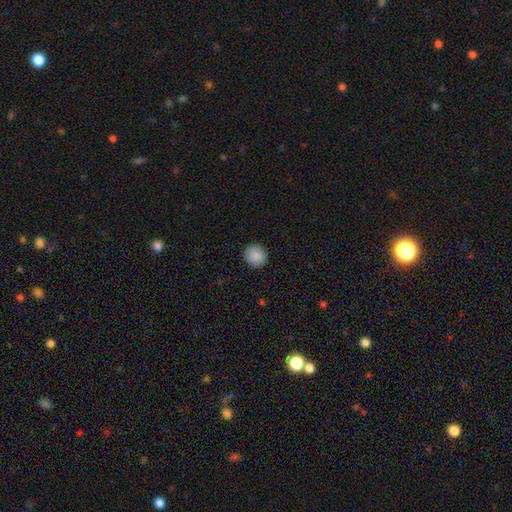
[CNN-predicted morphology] Smooth or featured: smooth — 89% (star or artifact — 8%)
How rounded: round — 89% (in between — 10%)
Merging: none — 91% (minor disturbance — 6%)